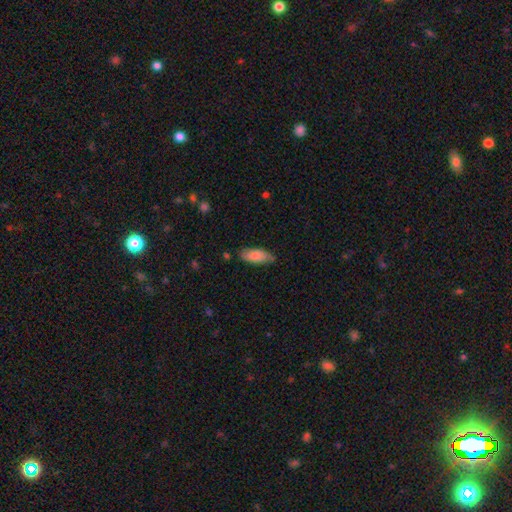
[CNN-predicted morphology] Smooth or featured? smooth (83%)
How rounded? in between (75%)
Merging? none (74%)